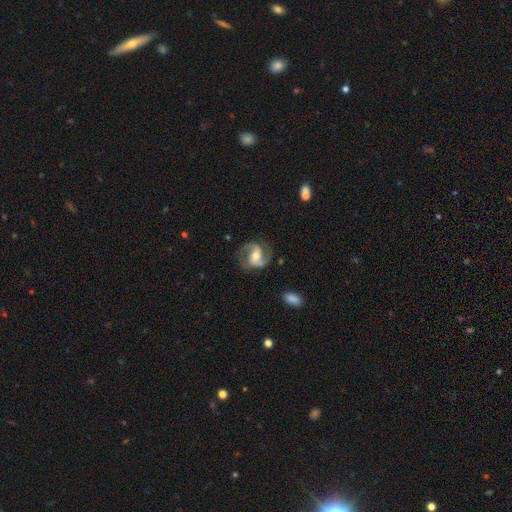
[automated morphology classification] Smooth or featured: featured or disk — 87% (smooth — 8%)
Edge-on disk: no — 98% (yes — 2%)
Bar: weak — 40% (no — 34%)
Spiral arms: yes — 96% (no — 4%)
Spiral winding: medium — 53% (loose — 31%)
Spiral arm count: 2 — 92% (can't tell — 2%)
Bulge size: moderate — 67% (small — 25%)
Merging: none — 79% (minor disturbance — 14%)